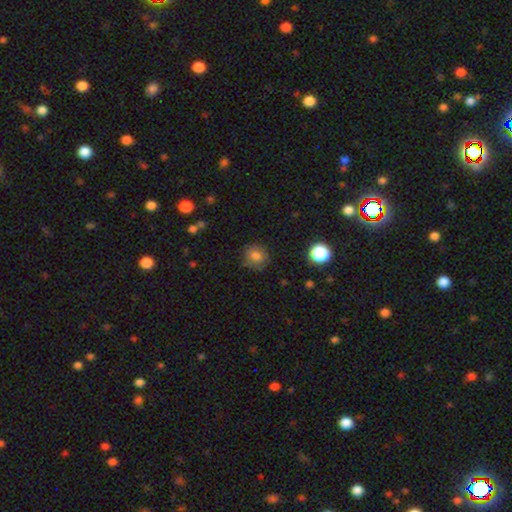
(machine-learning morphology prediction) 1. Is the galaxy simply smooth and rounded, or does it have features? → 77% smooth, 12% star or artifact, 11% featured or disk.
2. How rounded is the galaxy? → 78% round, 21% in between, 1% cigar-shaped.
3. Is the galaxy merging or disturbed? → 76% none, 17% minor disturbance, 5% major disturbance, 2% merger.